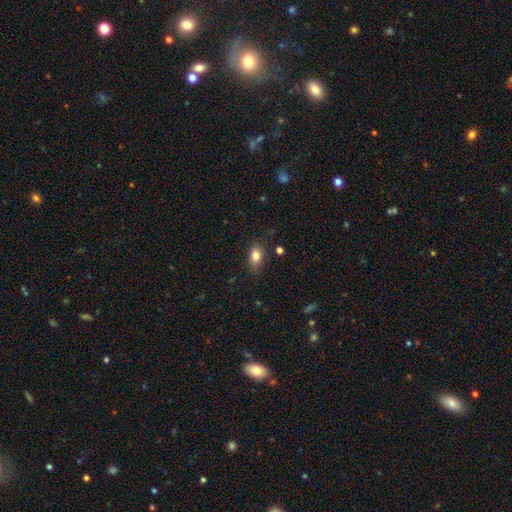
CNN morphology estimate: Smooth or featured?
  - smooth: 82% *
  - star or artifact: 9%
  - featured or disk: 8%
How rounded?
  - in between: 85% *
  - round: 13%
  - cigar-shaped: 2%
Merging?
  - none: 80% *
  - minor disturbance: 15%
  - major disturbance: 3%
  - merger: 2%